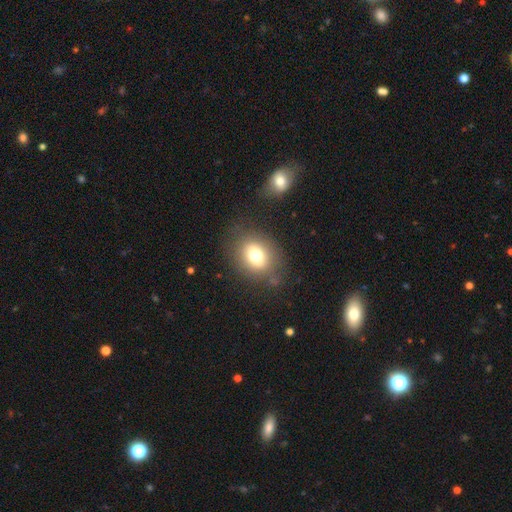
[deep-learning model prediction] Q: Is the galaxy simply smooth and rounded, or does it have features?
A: smooth — 72%.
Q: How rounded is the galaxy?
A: round — 55%.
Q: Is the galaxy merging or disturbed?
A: none — 77%.